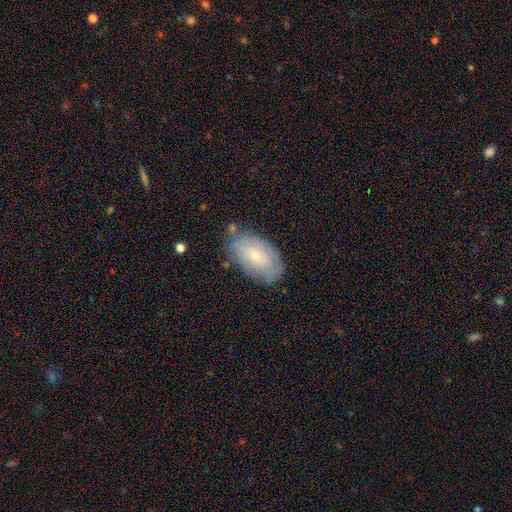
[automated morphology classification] smooth_or_featured: smooth (p=0.50) [alt: featured or disk p=0.43]
how_rounded: in between (p=0.92) [alt: round p=0.06]
merging: none (p=0.68) [alt: minor disturbance p=0.23]